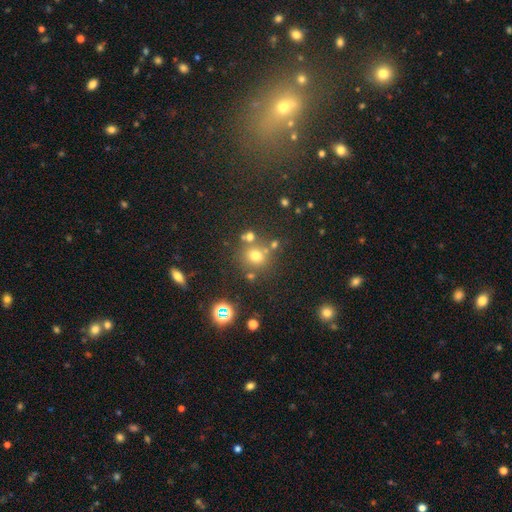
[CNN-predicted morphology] type=smooth (65%); roundness=round (87%); merging=none (71%).